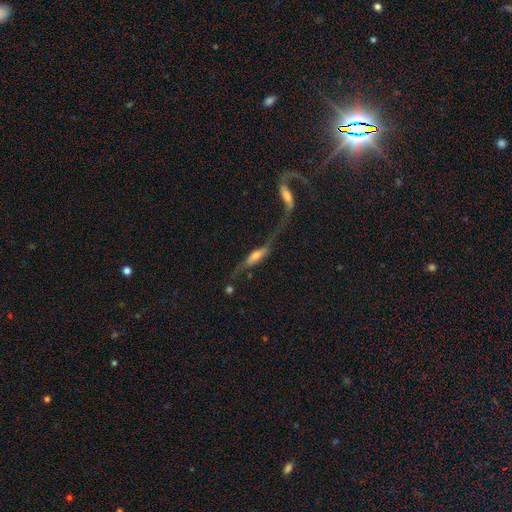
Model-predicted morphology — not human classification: featured or disk 61%, smooth 30%, star or artifact 9%. Down the decision tree: edge-on disk — no (51%); merging — merger (48%).